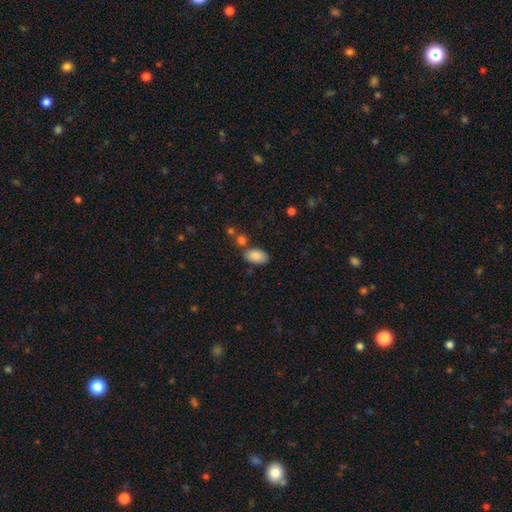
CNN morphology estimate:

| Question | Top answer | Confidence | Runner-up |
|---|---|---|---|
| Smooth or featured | smooth | 87% | star or artifact (8%) |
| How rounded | in between | 92% | round (6%) |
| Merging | none | 71% | minor disturbance (14%) |